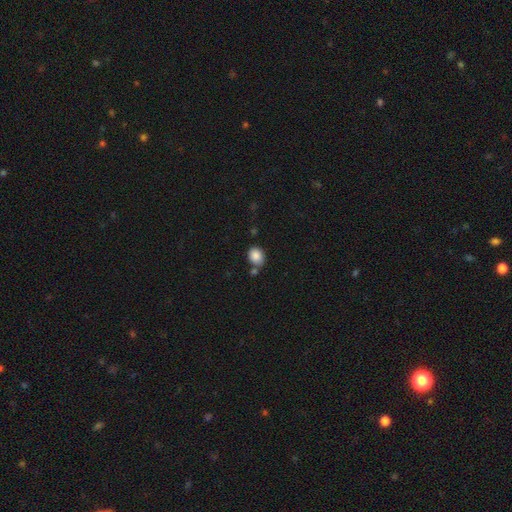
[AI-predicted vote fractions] smooth_or_featured: smooth (p=0.87) [alt: star or artifact p=0.09]
how_rounded: in between (p=0.50) [alt: round p=0.49]
merging: none (p=0.67) [alt: merger p=0.15]